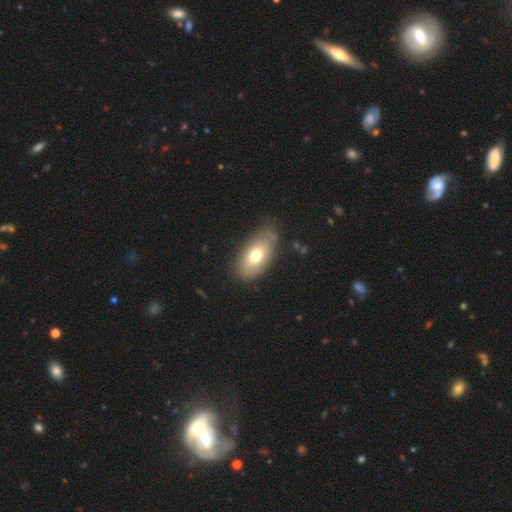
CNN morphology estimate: A smooth galaxy with no disk features (70%) that is in between round and cigar-shaped (91%). Merging: none (75%).